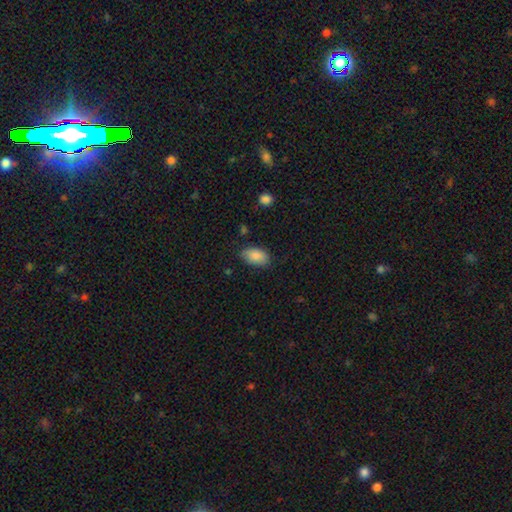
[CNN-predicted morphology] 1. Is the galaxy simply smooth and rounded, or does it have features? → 88% smooth, 7% star or artifact, 5% featured or disk.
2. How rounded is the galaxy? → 92% in between, 6% round, 2% cigar-shaped.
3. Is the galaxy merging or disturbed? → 78% none, 17% minor disturbance, 4% major disturbance, 1% merger.